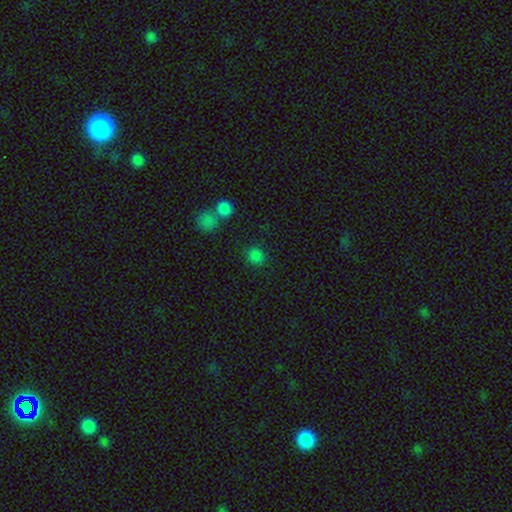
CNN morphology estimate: This is likely a smooth galaxy (78%). How rounded: clearly round (83%). Merging: clearly none (80%).